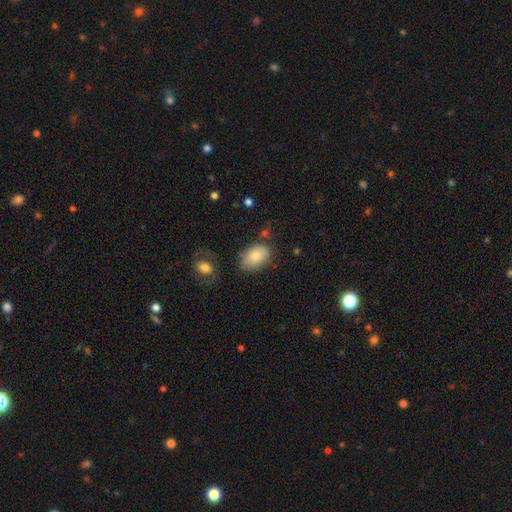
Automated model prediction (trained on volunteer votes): Smooth or featured? smooth (80%)
How rounded? in between (89%)
Merging? none (68%)